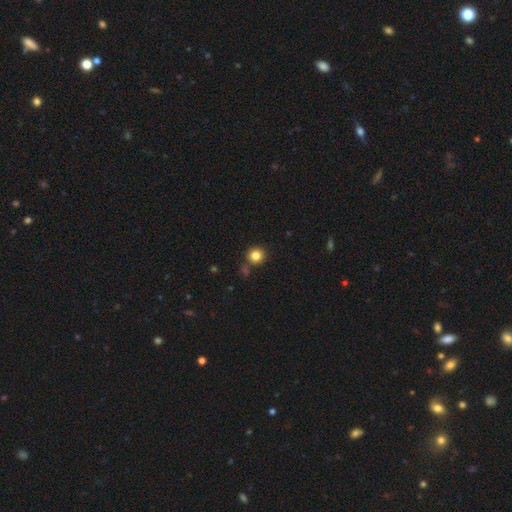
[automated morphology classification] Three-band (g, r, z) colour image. It shows a smooth galaxy with no disk features (84%) that is round (92%). Merging: none (80%).